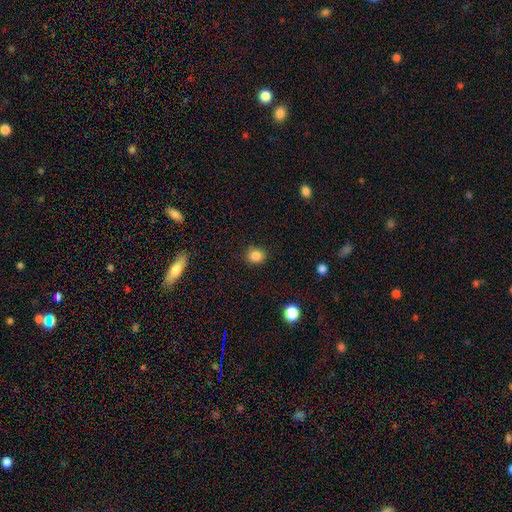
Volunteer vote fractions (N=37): Q: Smooth or featured?
A: smooth (86%); runner-up: star or artifact (8%)
Q: How rounded?
A: round (84%); runner-up: in between (16%)
Q: Merging?
A: none (85%); runner-up: major disturbance (9%)